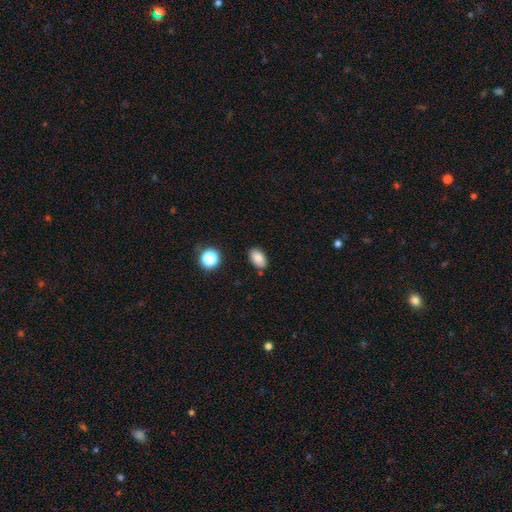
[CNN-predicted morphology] This is clearly a smooth galaxy (84%). How rounded: clearly in between (89%). Merging: clearly none (84%).